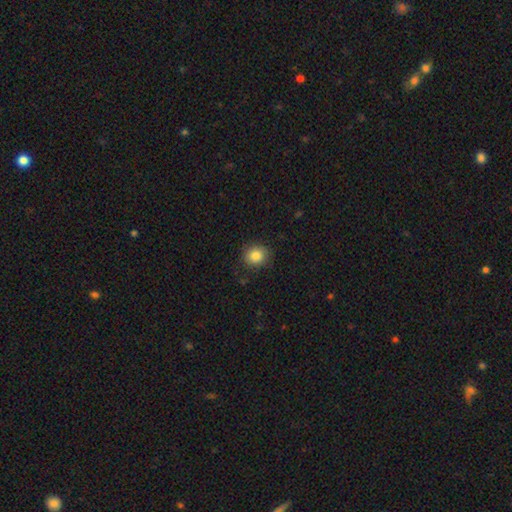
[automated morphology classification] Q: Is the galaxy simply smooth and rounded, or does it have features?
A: smooth — 85%.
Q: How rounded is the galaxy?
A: round — 82%.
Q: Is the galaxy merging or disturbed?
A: none — 86%.